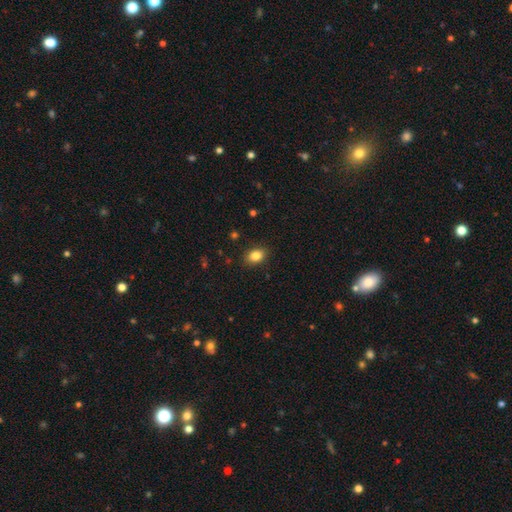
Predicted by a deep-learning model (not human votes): This is clearly a smooth galaxy (85%). How rounded: likely in between (74%). Merging: clearly none (87%).